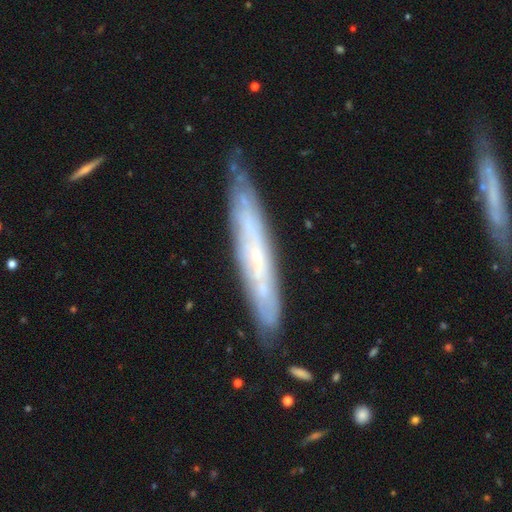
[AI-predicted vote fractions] smooth-or-featured: featured or disk: 71% | smooth: 22% | star or artifact: 6%
  disk-edge-on: yes: 62% | no: 38%
  merging: none: 79% | minor disturbance: 16% | major disturbance: 3% | merger: 2%